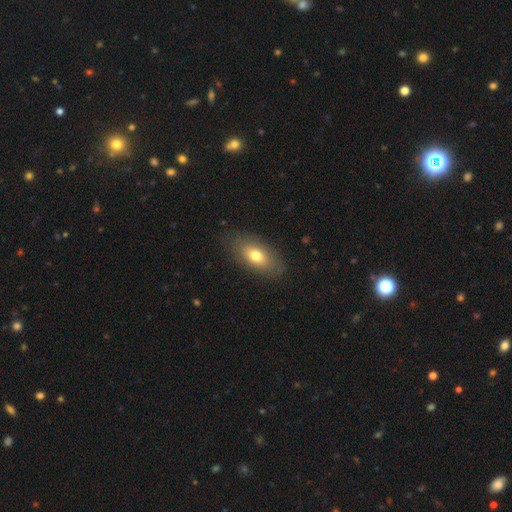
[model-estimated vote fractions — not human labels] smooth 73%, featured or disk 20%, star or artifact 8%. Down the decision tree: how rounded — in between (87%); merging — none (83%).